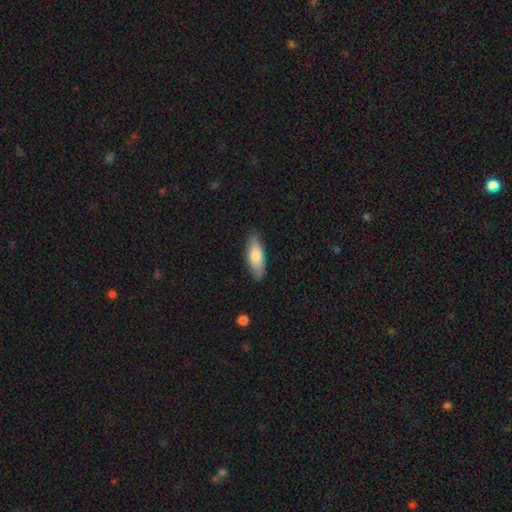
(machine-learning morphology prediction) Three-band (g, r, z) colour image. It shows a smooth galaxy with no disk features (78%) that is in between round and cigar-shaped (71%). Merging: none (85%).